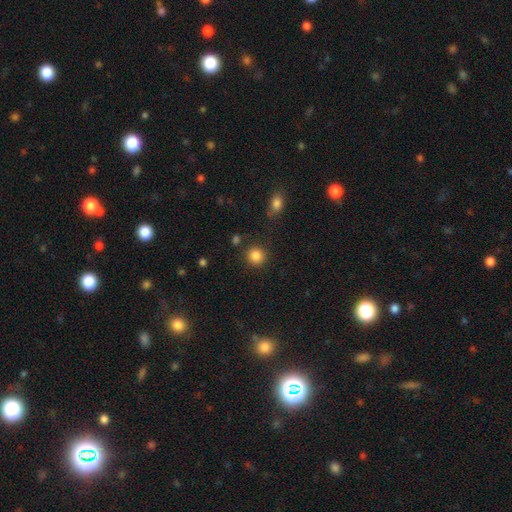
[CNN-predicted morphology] type=smooth (86%); roundness=round (91%); merging=none (86%).